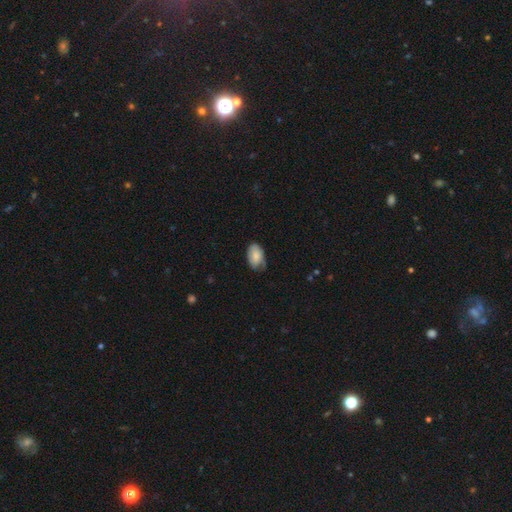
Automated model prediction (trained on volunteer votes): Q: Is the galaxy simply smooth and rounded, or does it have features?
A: smooth — 76%.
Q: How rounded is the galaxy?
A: in between — 91%.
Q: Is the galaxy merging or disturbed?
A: none — 53%.